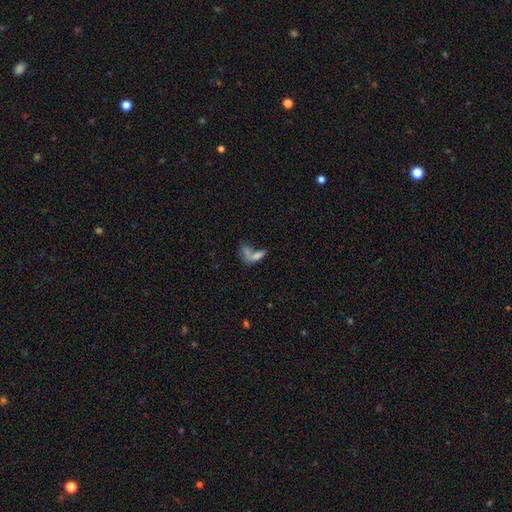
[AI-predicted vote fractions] smooth 67%, featured or disk 20%, star or artifact 12%. Down the decision tree: how rounded — in between (56%); merging — merger (55%).